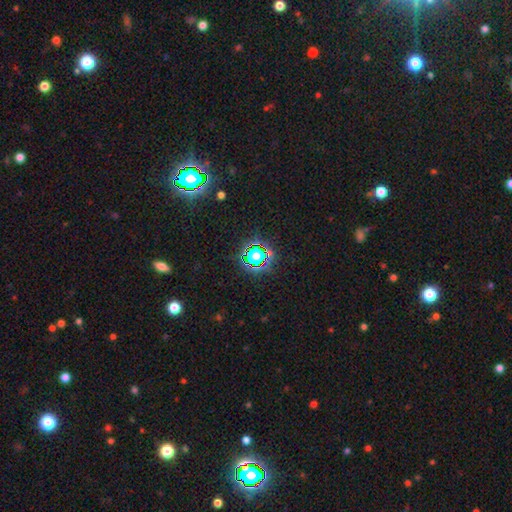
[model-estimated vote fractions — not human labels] A star or artifact, not a galaxy (64%).

Vote fractions:
- Smooth or featured? star or artifact: 64% / smooth: 25% / featured or disk: 11%